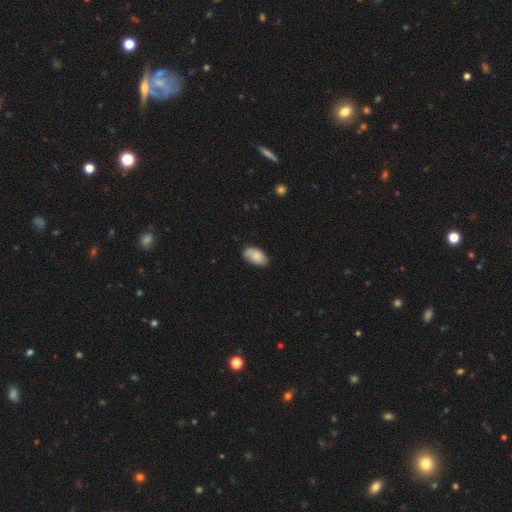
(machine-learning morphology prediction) type=smooth (83%); roundness=in between (94%); merging=none (79%).